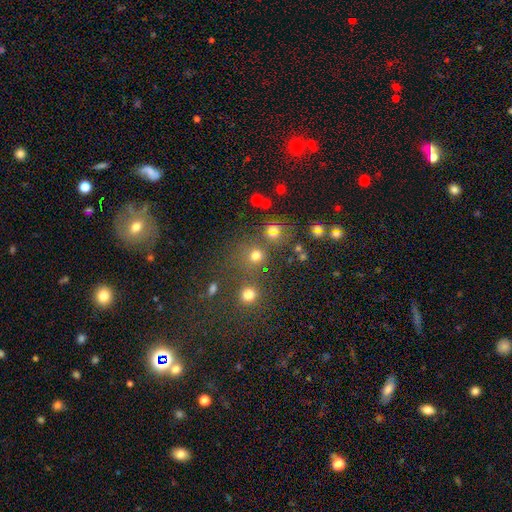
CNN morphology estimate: Q: Smooth or featured?
A: smooth (70%); runner-up: star or artifact (22%)
Q: How rounded?
A: round (87%); runner-up: in between (12%)
Q: Merging?
A: none (65%); runner-up: merger (19%)